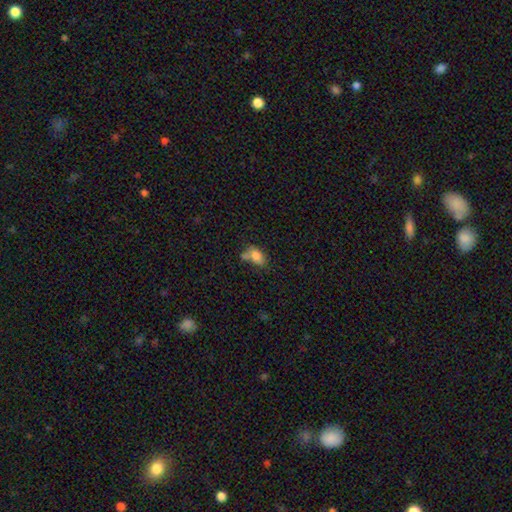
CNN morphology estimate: Smooth or featured? smooth (81%)
How rounded? in between (87%)
Merging? none (43%)